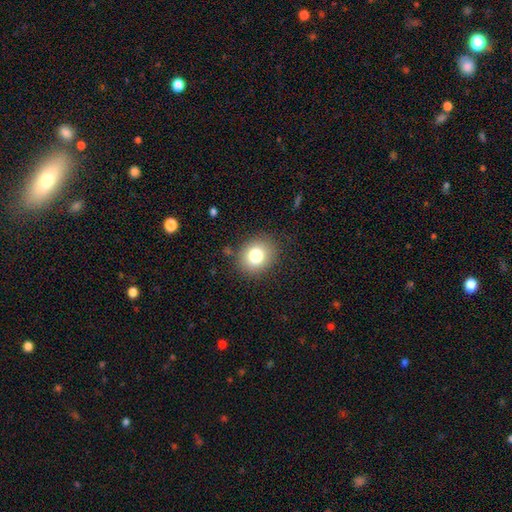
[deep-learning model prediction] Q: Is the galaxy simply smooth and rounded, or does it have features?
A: smooth — 79%.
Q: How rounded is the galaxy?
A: round — 68%.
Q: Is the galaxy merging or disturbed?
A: none — 84%.